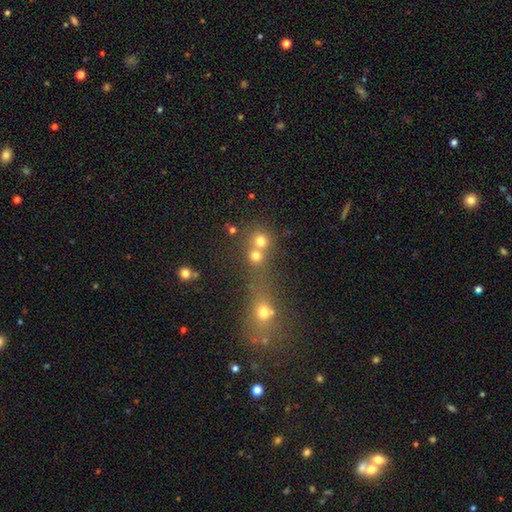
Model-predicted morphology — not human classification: Smooth or featured? smooth (73%)
How rounded? round (88%)
Merging? none (47%)